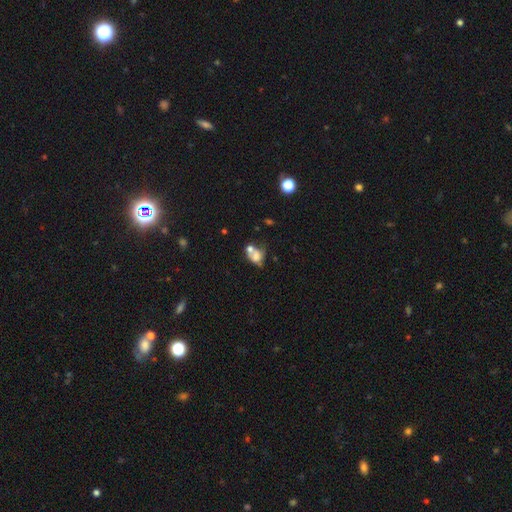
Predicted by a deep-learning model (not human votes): smooth-or-featured: smooth: 60% | featured or disk: 27% | star or artifact: 13%
  how-rounded: in between: 60% | round: 38% | cigar-shaped: 2%
  merging: merger: 56% | none: 22% | minor disturbance: 12% | major disturbance: 10%